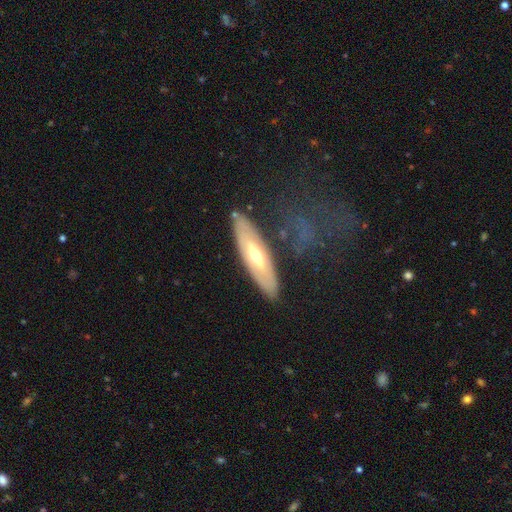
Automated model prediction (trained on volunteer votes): A featured or disk galaxy (63%). Merging: none (82%).